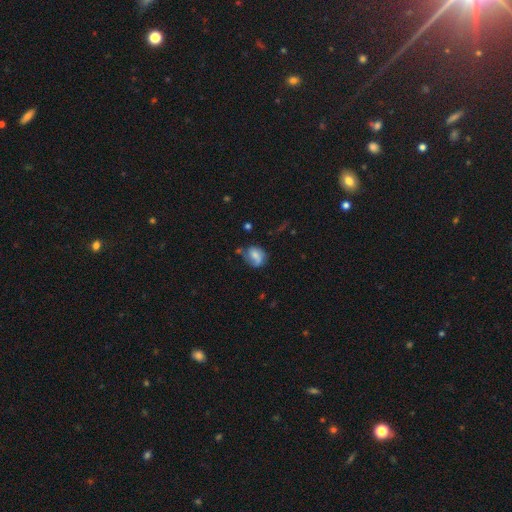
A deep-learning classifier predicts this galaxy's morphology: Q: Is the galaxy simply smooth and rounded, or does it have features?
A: smooth — 57%.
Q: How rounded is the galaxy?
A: in between — 52%.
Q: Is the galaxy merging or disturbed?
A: none — 50%.